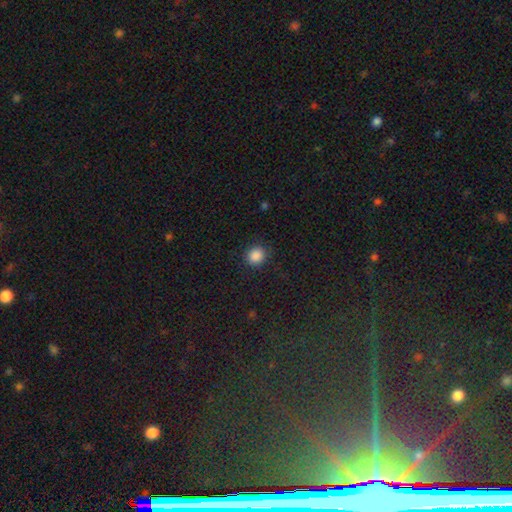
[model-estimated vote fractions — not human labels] Overall: smooth (87%). How rounded: round (80%). Merging: none (88%).